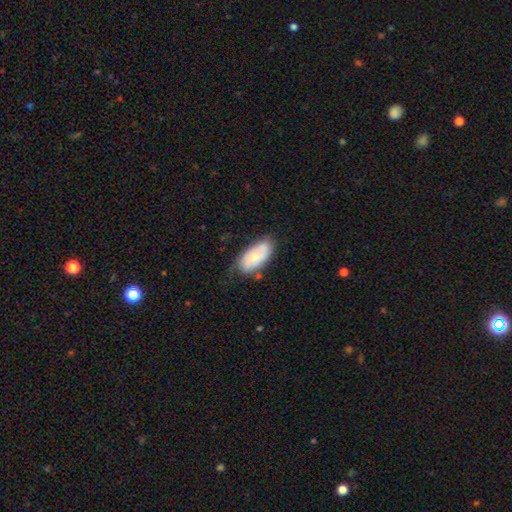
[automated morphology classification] smooth 59%, featured or disk 35%, star or artifact 6%. Down the decision tree: how rounded — in between (92%); merging — none (59%).